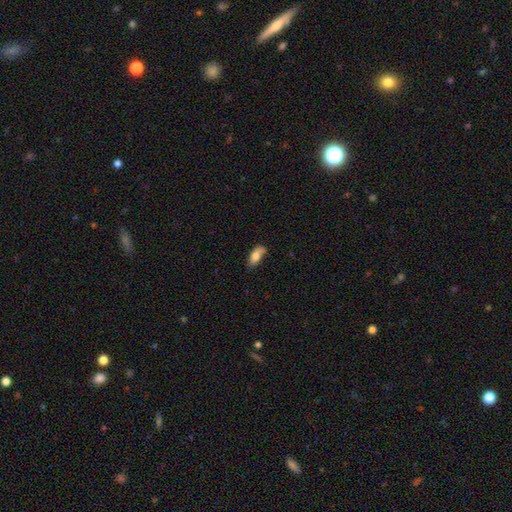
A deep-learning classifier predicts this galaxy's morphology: Q: Smooth or featured?
A: smooth (77%); runner-up: featured or disk (16%)
Q: How rounded?
A: in between (86%); runner-up: cigar-shaped (12%)
Q: Merging?
A: none (62%); runner-up: minor disturbance (29%)